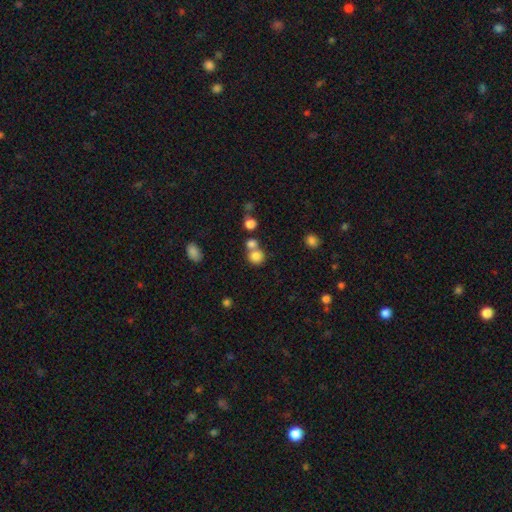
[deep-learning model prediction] Overall: smooth (80%). How rounded: round (86%). Merging: none (52%; merger 37%).